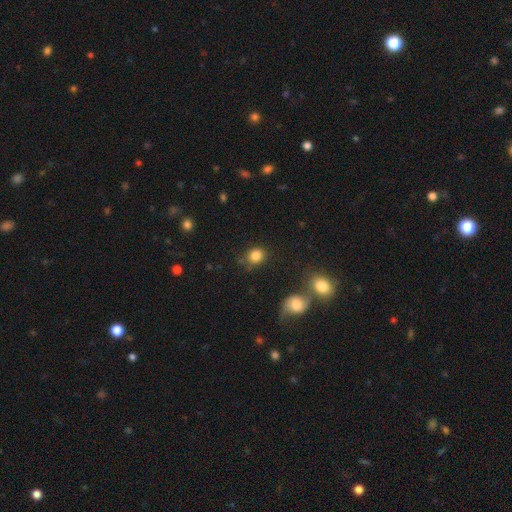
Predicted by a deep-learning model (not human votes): Smooth or featured? Predicted: smooth (p=0.84). How rounded? Predicted: round (p=0.79). Merging? Predicted: none (p=0.74).